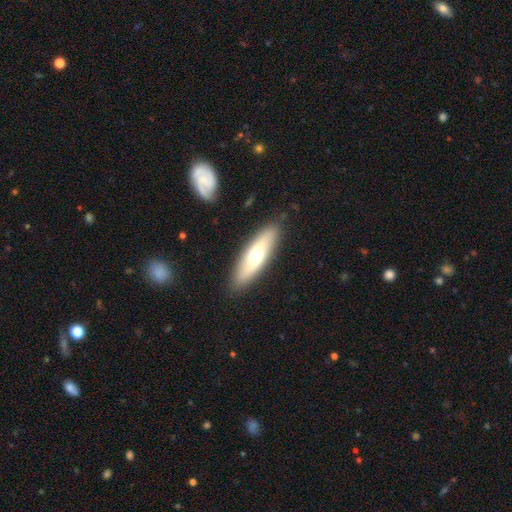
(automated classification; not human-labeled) This is possibly a smooth galaxy (60%). How rounded: possibly cigar-shaped (51%). Merging: clearly none (87%).